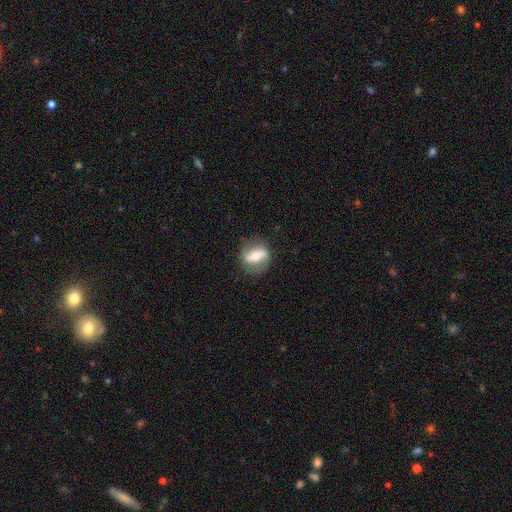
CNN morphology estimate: Smooth or featured: featured or disk — 58% (smooth — 35%)
Edge-on disk: no — 84% (yes — 16%)
Merging: none — 76% (minor disturbance — 16%)